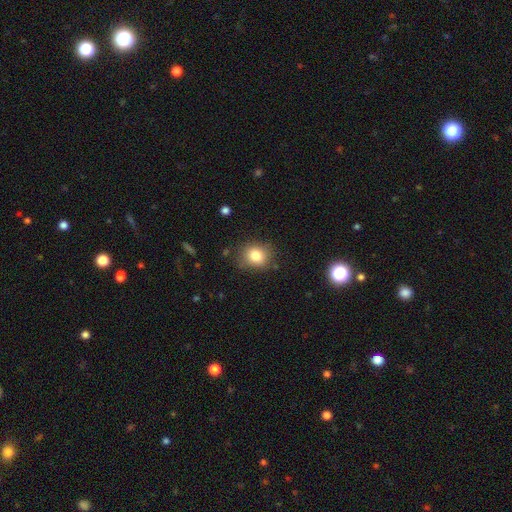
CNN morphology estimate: type=smooth (81%); roundness=round (71%); merging=none (80%).